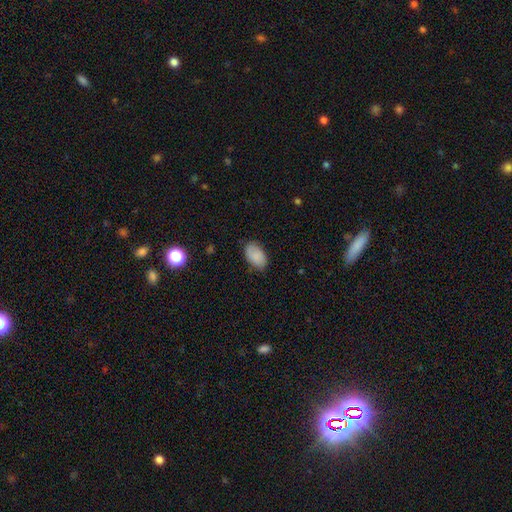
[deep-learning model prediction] smooth_or_featured: smooth (p=0.85) [alt: featured or disk p=0.08]
how_rounded: in between (p=0.92) [alt: round p=0.07]
merging: none (p=0.78) [alt: minor disturbance p=0.17]